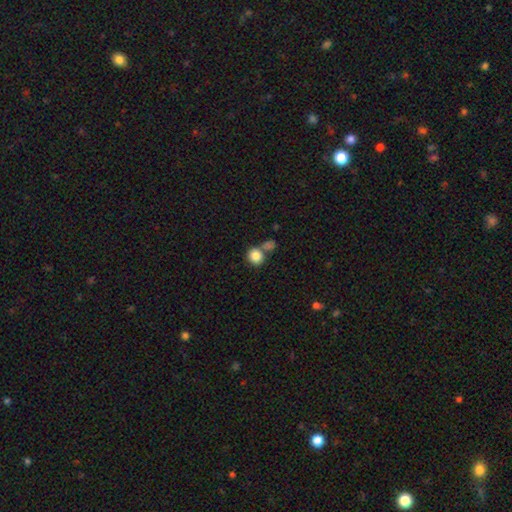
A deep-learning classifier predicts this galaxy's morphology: Smooth or featured: smooth — 85% (star or artifact — 9%)
How rounded: round — 83% (in between — 16%)
Merging: none — 58% (merger — 28%)